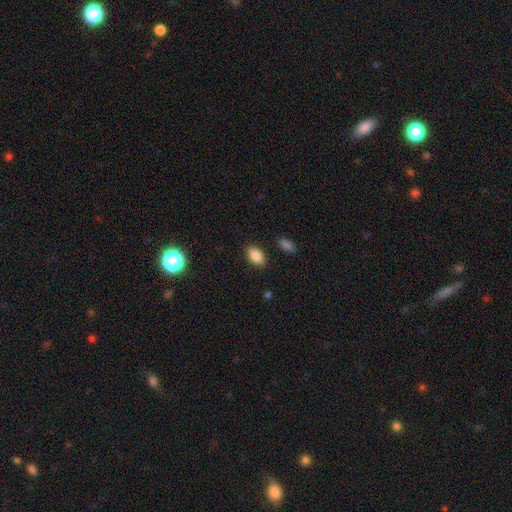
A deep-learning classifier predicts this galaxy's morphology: type=smooth (87%); roundness=in between (91%); merging=none (87%).